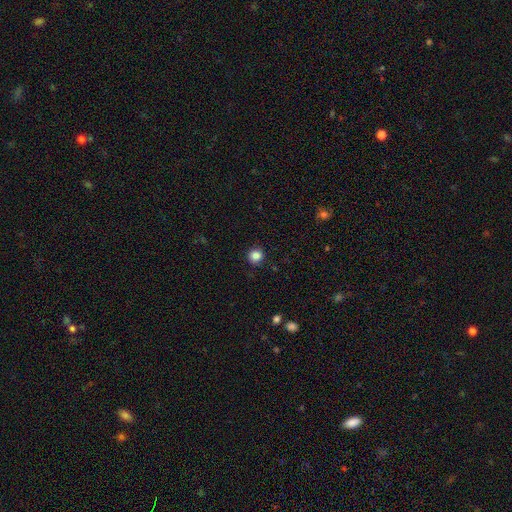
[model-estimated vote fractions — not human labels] A smooth galaxy with no disk features (86%) that is round (91%). Merging: none (89%).